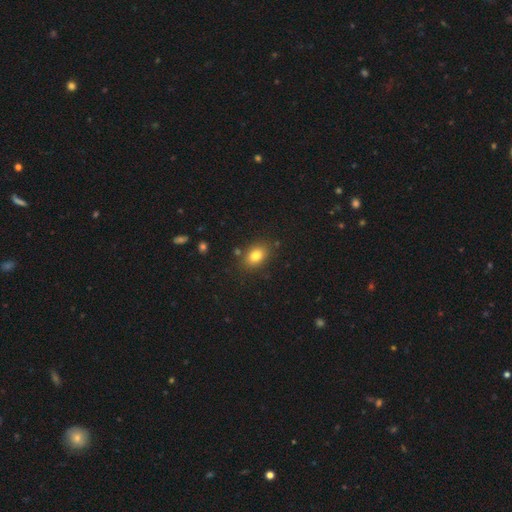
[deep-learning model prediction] This is clearly a smooth galaxy (81%). How rounded: likely in between (76%). Merging: clearly none (83%).